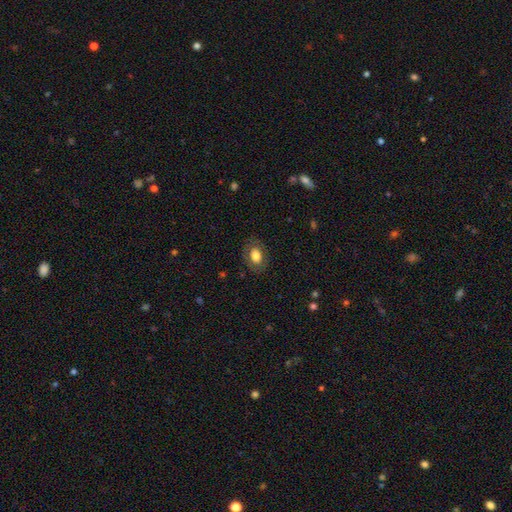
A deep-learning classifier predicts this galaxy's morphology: A smooth galaxy with no disk features (73%) that is in between round and cigar-shaped (76%). Merging: none (82%).